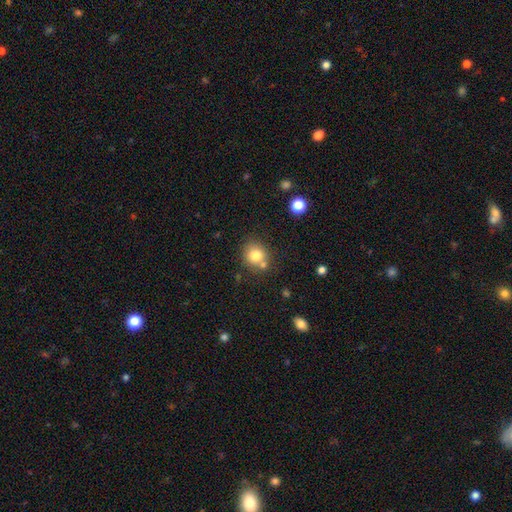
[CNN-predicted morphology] Q: Smooth or featured?
A: smooth (78%); runner-up: star or artifact (11%)
Q: How rounded?
A: round (85%); runner-up: in between (15%)
Q: Merging?
A: none (65%); runner-up: merger (20%)